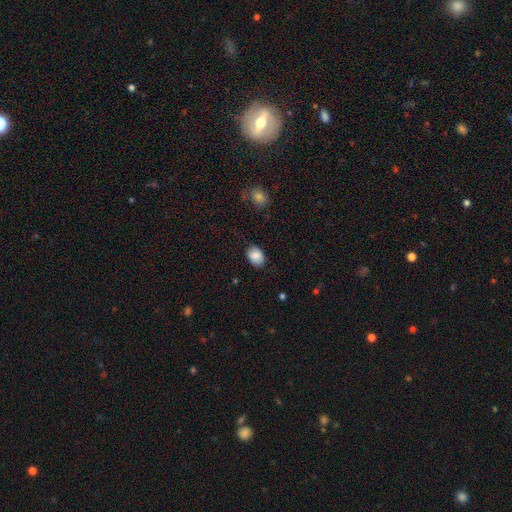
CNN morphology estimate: This is clearly a smooth galaxy (84%). How rounded: likely in between (77%). Merging: likely none (77%).